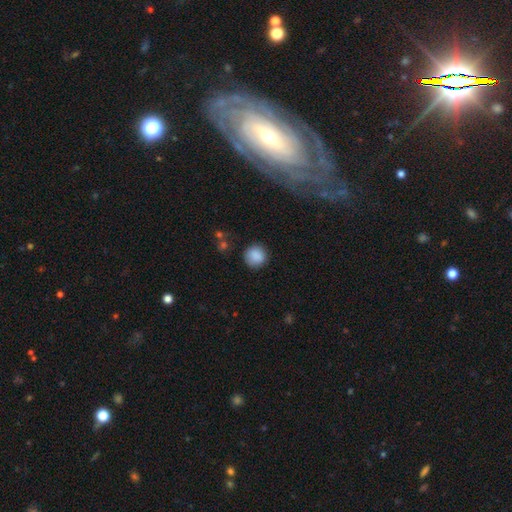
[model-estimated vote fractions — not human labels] Smooth or featured? smooth (88%)
How rounded? round (90%)
Merging? none (85%)